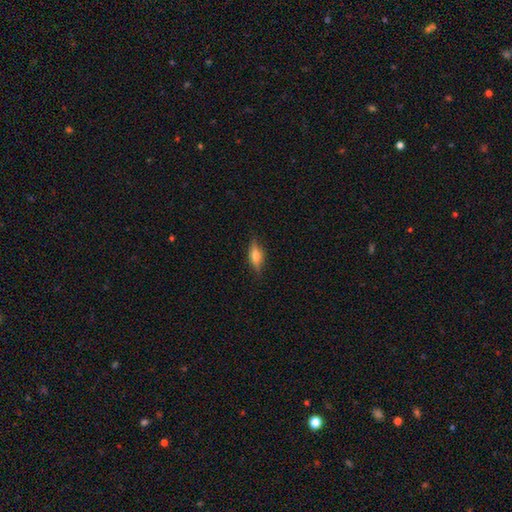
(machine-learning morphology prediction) Smooth or featured?
  - smooth: 46% * (tied)
  - featured or disk: 46% * (tied)
  - star or artifact: 8%
Merging?
  - none: 84% *
  - minor disturbance: 13%
  - major disturbance: 3%
  - merger: 1%